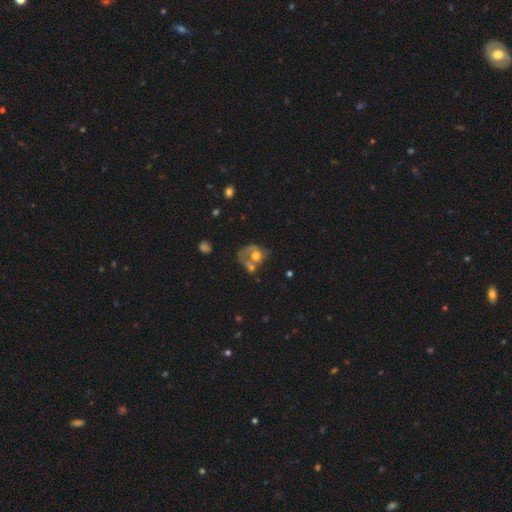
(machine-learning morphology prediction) smooth-or-featured: smooth: 48% | featured or disk: 42% | star or artifact: 10%
  merging: merger: 42% | major disturbance: 22% | none: 22% | minor disturbance: 14%